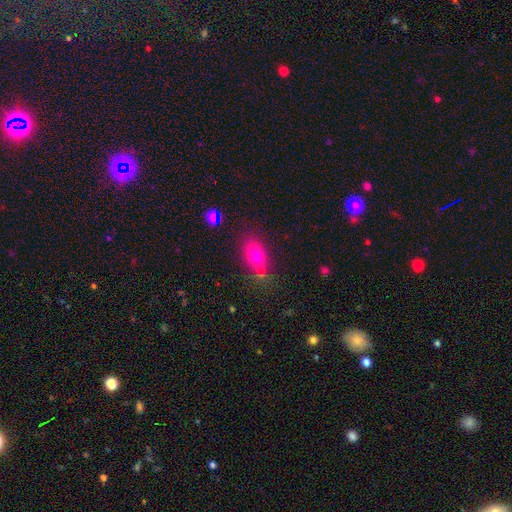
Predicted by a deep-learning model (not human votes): smooth_or_featured: smooth (p=0.74) [alt: star or artifact p=0.13]
how_rounded: in between (p=0.77) [alt: round p=0.20]
merging: none (p=0.63) [alt: merger p=0.16]